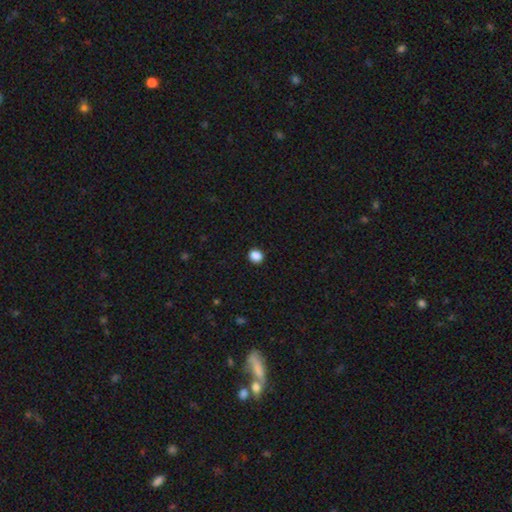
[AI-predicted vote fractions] Smooth or featured?
  - smooth: 88% *
  - star or artifact: 10%
  - featured or disk: 2%
How rounded?
  - round: 81% *
  - in between: 18%
  - cigar-shaped: 1%
Merging?
  - none: 92% *
  - minor disturbance: 5%
  - major disturbance: 2%
  - merger: 1%